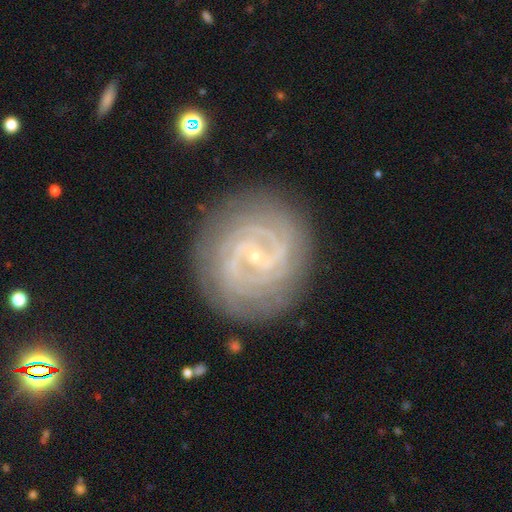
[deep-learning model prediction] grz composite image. It shows a featured or disk galaxy (89%) with no bar (43%), 2 (47%) tight (74%) spiral arms (97%) and a small central bulge (87%). Merging: none (83%).